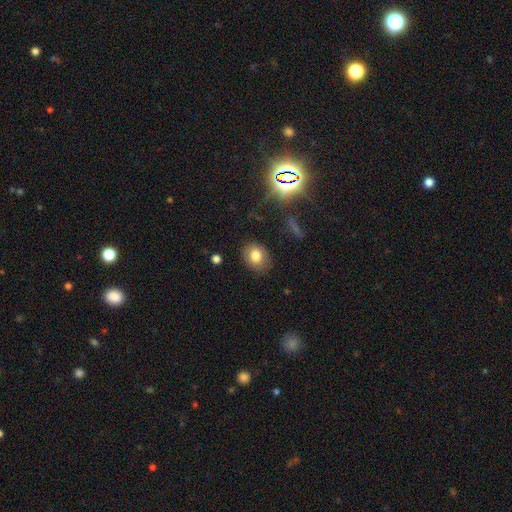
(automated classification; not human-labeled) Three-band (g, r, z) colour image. It shows a smooth galaxy with no disk features (78%) that is in between round and cigar-shaped (51%). Merging: none (84%).